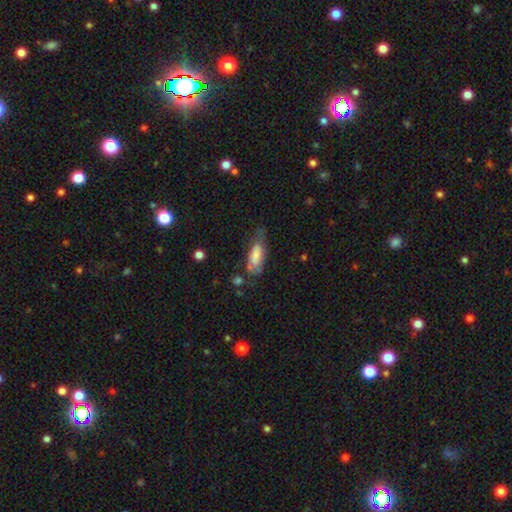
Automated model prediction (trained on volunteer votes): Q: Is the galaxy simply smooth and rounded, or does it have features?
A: smooth — 67%.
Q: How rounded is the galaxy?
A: in between — 77%.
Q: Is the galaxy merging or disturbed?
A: none — 35%.